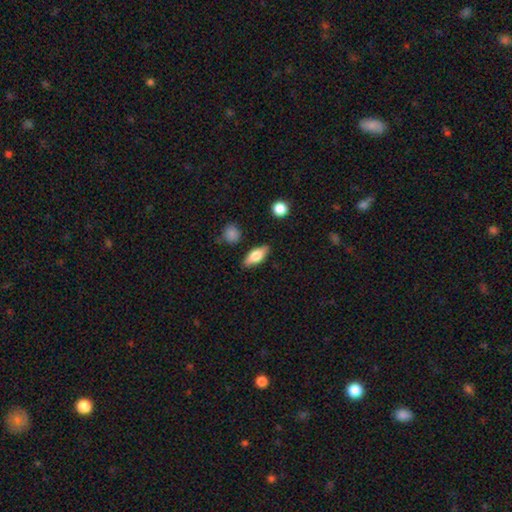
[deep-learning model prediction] Smooth or featured: smooth — 67% (featured or disk — 26%)
How rounded: in between — 73% (cigar-shaped — 23%)
Merging: none — 84% (minor disturbance — 11%)